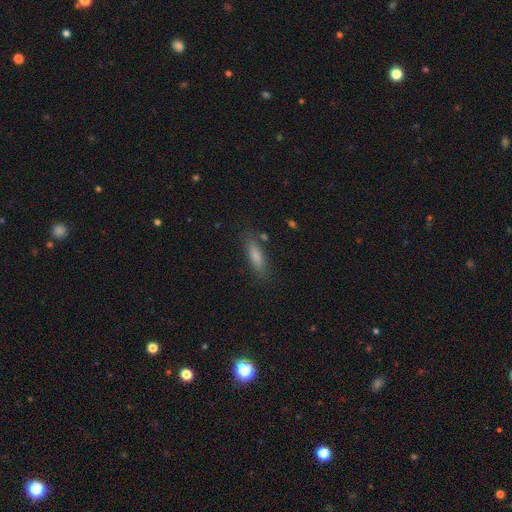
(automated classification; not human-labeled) Q: Smooth or featured?
A: smooth (70%); runner-up: featured or disk (18%)
Q: How rounded?
A: cigar-shaped (67%); runner-up: in between (31%)
Q: Merging?
A: none (83%); runner-up: minor disturbance (12%)